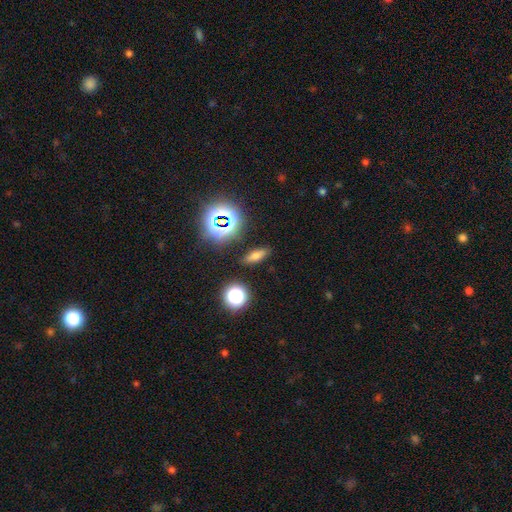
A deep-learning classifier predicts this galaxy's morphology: This appears to be a smooth galaxy with no disk features (64%) that is in between round and cigar-shaped (54%). Merging: none (87%).